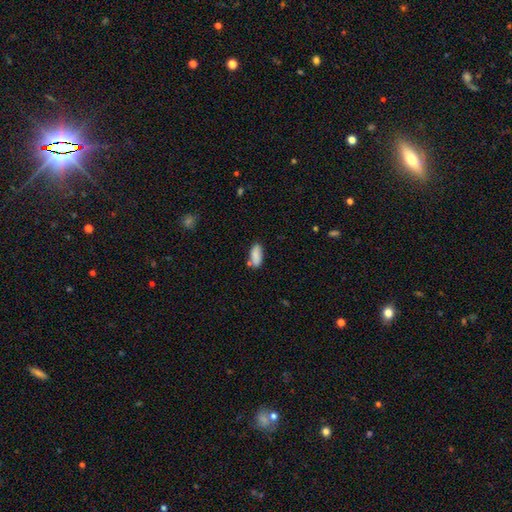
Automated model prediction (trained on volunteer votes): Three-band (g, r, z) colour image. It shows a smooth galaxy with no disk features (85%) that is in between round and cigar-shaped (82%). Merging: none (70%).